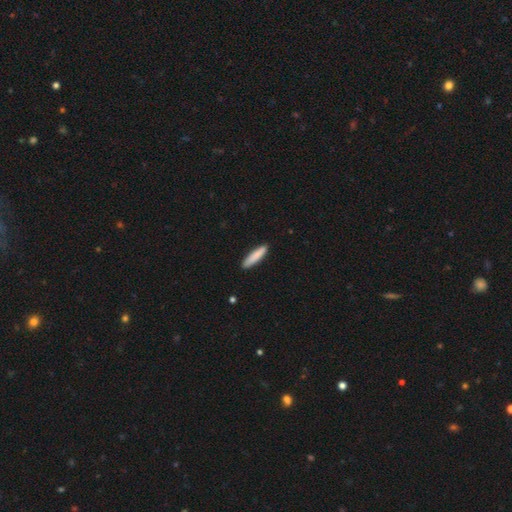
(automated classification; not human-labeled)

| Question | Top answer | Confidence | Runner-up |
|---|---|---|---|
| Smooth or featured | smooth | 86% | featured or disk (8%) |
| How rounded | cigar-shaped | 83% | in between (15%) |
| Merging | none | 89% | minor disturbance (8%) |